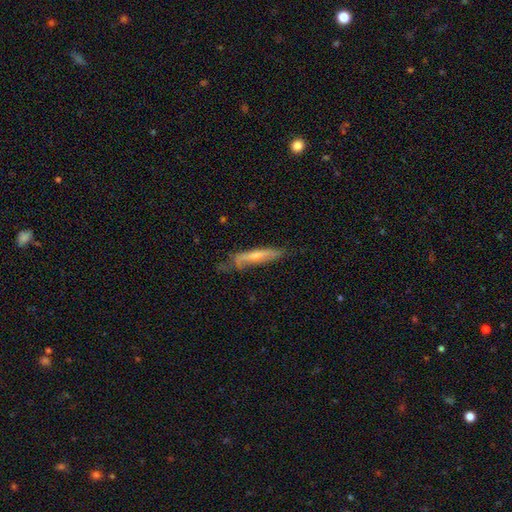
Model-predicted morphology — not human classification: Smooth or featured?
  - featured or disk: 49% *
  - smooth: 44%
  - star or artifact: 7%
Merging?
  - none: 58% *
  - minor disturbance: 29%
  - major disturbance: 10%
  - merger: 3%